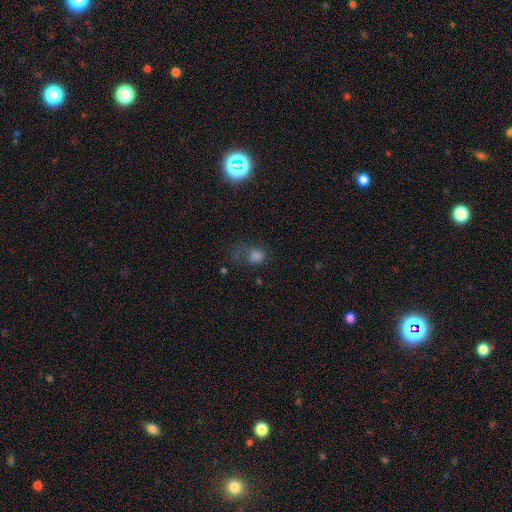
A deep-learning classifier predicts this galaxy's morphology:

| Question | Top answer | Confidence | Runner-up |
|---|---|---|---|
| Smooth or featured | smooth | 62% | star or artifact (25%) |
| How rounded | round | 71% | in between (27%) |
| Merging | none | 40% | major disturbance (34%) |